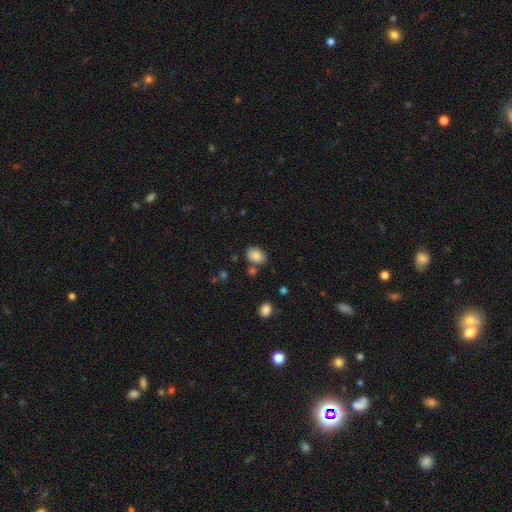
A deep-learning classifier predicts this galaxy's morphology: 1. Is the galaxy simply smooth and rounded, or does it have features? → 86% smooth, 9% star or artifact, 6% featured or disk.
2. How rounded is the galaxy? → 76% in between, 23% round, 1% cigar-shaped.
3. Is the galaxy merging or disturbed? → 74% none, 14% minor disturbance, 8% merger, 4% major disturbance.